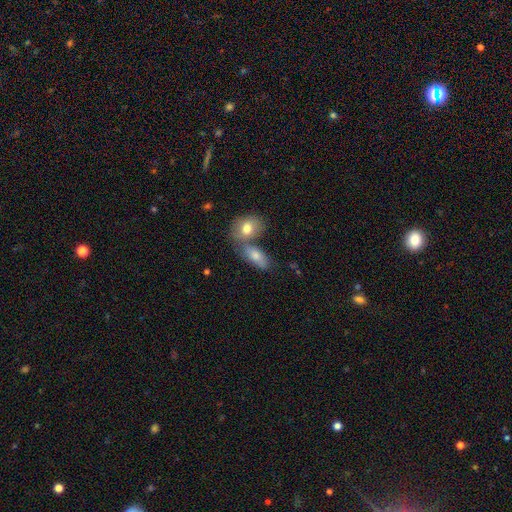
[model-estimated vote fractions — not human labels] Q: Smooth or featured?
A: smooth (77%); runner-up: featured or disk (15%)
Q: How rounded?
A: in between (86%); runner-up: cigar-shaped (8%)
Q: Merging?
A: merger (45%); runner-up: none (40%)